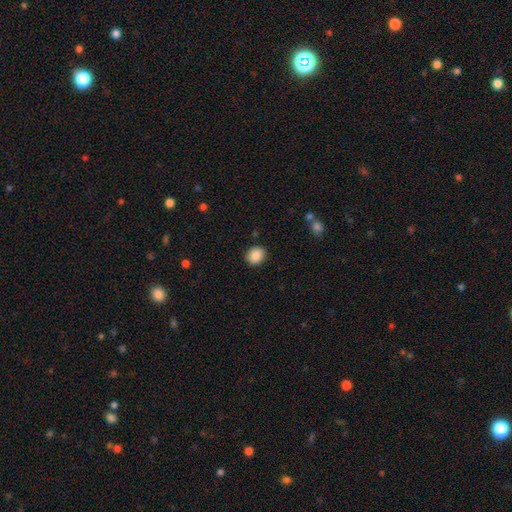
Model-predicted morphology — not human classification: A smooth galaxy with no disk features (88%) that is round (70%). Merging: none (88%).